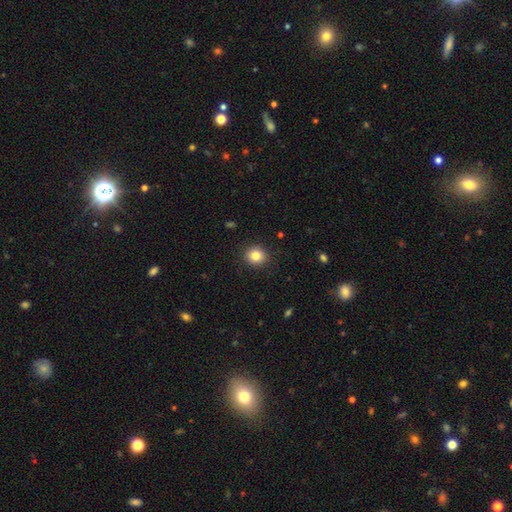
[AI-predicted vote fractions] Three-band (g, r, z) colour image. It shows a smooth galaxy with no disk features (83%) that is round (84%). Merging: none (91%).